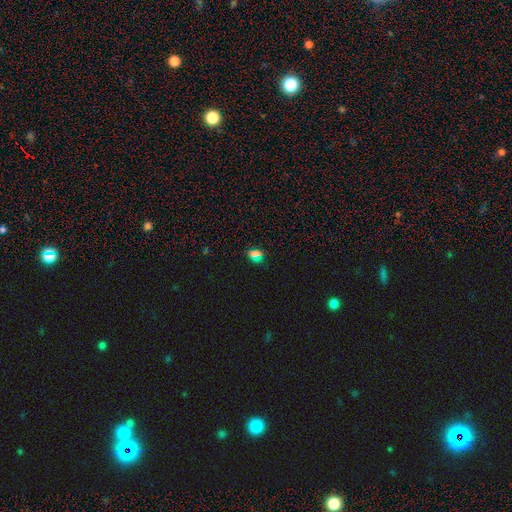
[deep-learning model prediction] Smooth or featured?
  - smooth: 55% *
  - star or artifact: 36%
  - featured or disk: 9%
How rounded?
  - round: 49% *
  - in between: 47%
  - cigar-shaped: 4%
Merging?
  - none: 85% *
  - minor disturbance: 10%
  - major disturbance: 3%
  - merger: 2%